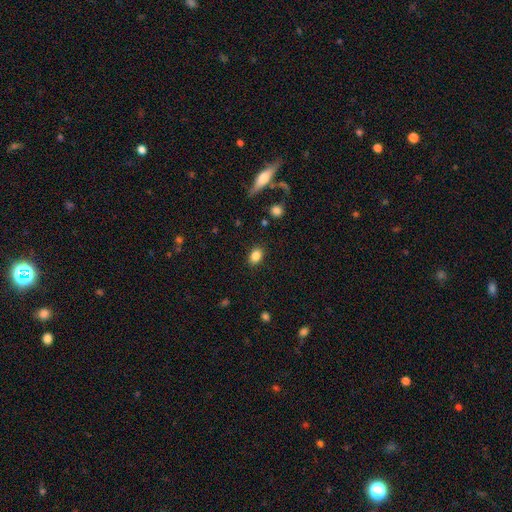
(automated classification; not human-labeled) The model was most divided on "how rounded": in between: 76%, round: 23%, cigar-shaped: 1%. More confident: merging — none (86%); smooth or featured — smooth (85%).